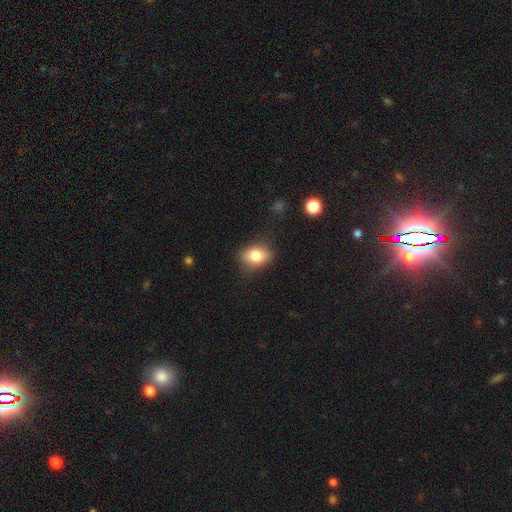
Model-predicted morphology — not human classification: Smooth or featured? Predicted: smooth (p=0.80). How rounded? Predicted: in between (p=0.71). Merging? Predicted: none (p=0.77).